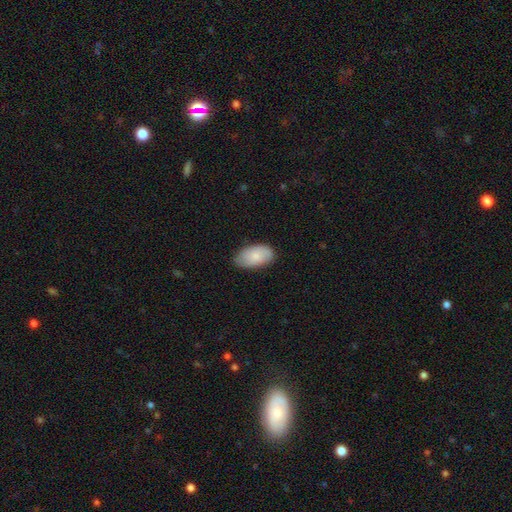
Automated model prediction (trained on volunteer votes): A smooth galaxy with no disk features (81%) that is in between round and cigar-shaped (95%).

Vote fractions:
- Smooth or featured? smooth: 81% / featured or disk: 13% / star or artifact: 6%
- How rounded? in between: 95% / round: 3% / cigar-shaped: 2%
- Merging? none: 80% / minor disturbance: 17% / major disturbance: 3% / merger: 1%